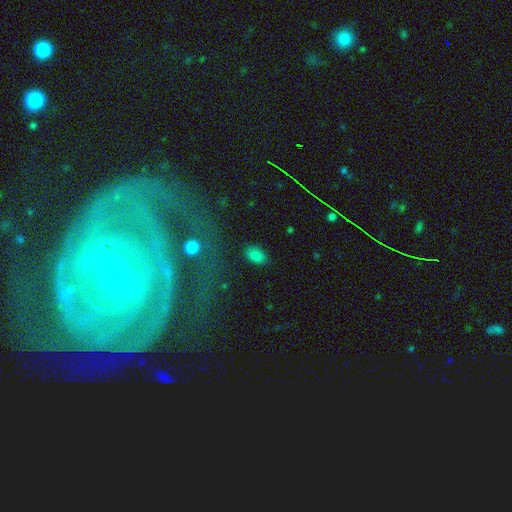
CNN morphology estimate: Smooth or featured? Predicted: smooth (p=0.84). How rounded? Predicted: in between (p=0.91). Merging? Predicted: none (p=0.86).